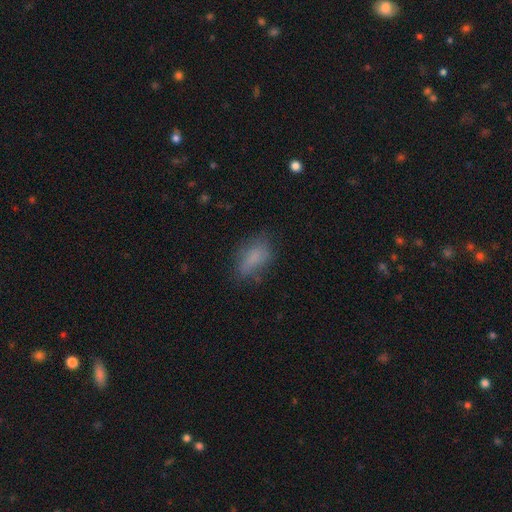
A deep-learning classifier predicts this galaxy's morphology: Smooth or featured? Predicted: smooth (p=0.76). How rounded? Predicted: in between (p=0.86). Merging? Predicted: none (p=0.60).